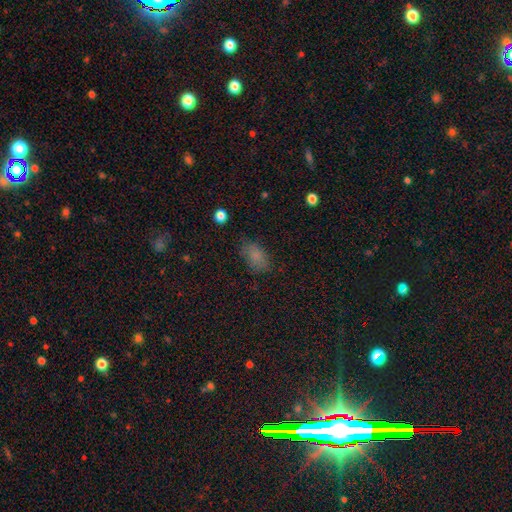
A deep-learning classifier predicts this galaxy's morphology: A smooth galaxy with no disk features (79%) that is in between round and cigar-shaped (89%).

Vote fractions:
- Smooth or featured? smooth: 79% / star or artifact: 13% / featured or disk: 8%
- How rounded? in between: 89% / round: 9% / cigar-shaped: 2%
- Merging? none: 73% / minor disturbance: 19% / major disturbance: 6% / merger: 2%